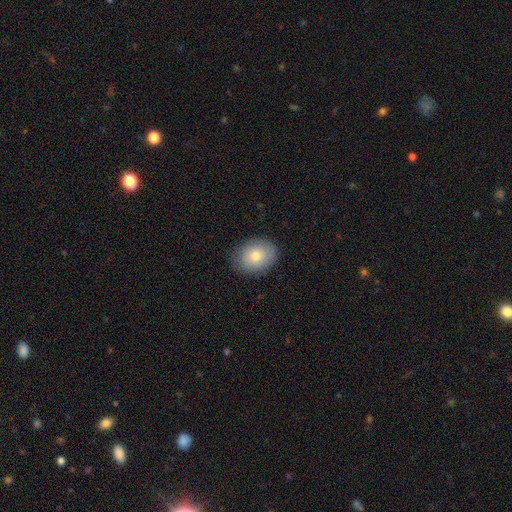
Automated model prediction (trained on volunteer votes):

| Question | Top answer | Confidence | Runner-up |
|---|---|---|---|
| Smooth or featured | smooth | 77% | featured or disk (14%) |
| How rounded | in between | 58% | round (41%) |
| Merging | none | 85% | minor disturbance (12%) |